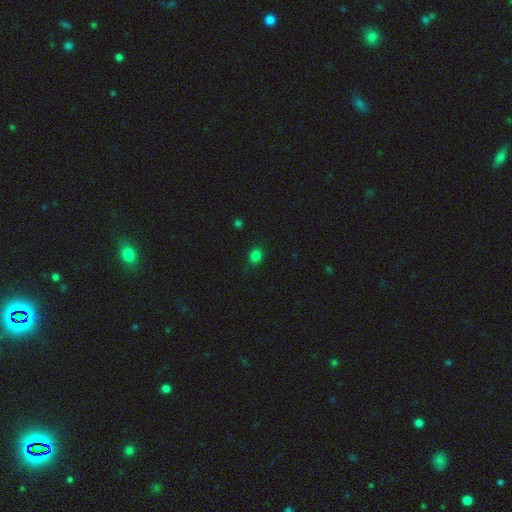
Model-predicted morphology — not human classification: This appears to be a smooth galaxy with no disk features (81%) that is round (55%). Merging: none (85%).